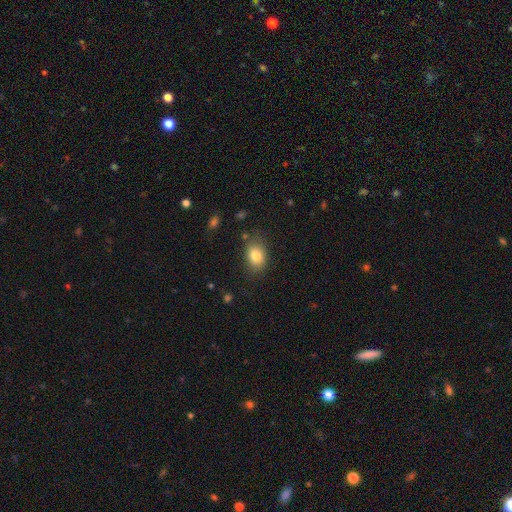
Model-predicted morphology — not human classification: This appears to be a smooth galaxy with no disk features (82%) that is in between round and cigar-shaped (77%). Merging: none (79%).